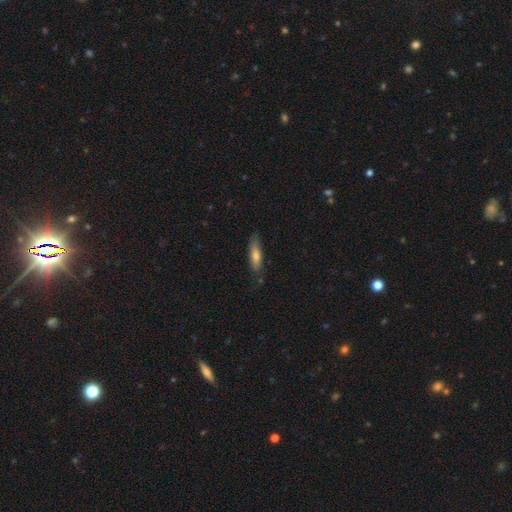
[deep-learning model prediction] Smooth or featured? smooth (63%)
How rounded? cigar-shaped (69%)
Merging? none (74%)